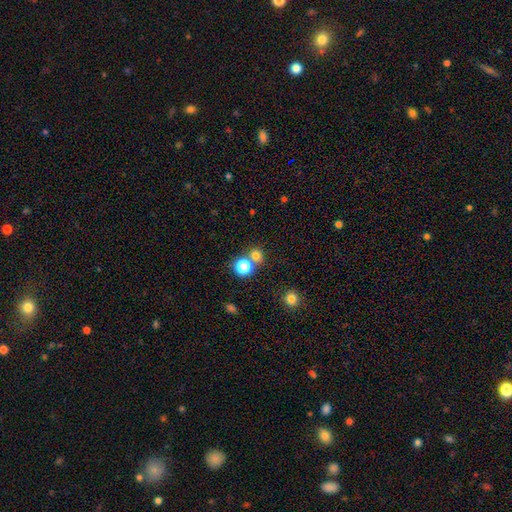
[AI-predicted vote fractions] A smooth galaxy with no disk features (74%) that is round (85%). Merging: none (62%).